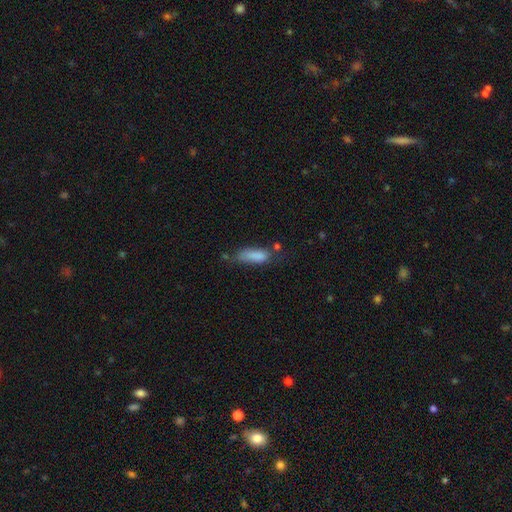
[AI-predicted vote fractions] Smooth or featured? Predicted: smooth (p=0.83). How rounded? Predicted: in between (p=0.66). Merging? Predicted: none (p=0.46).